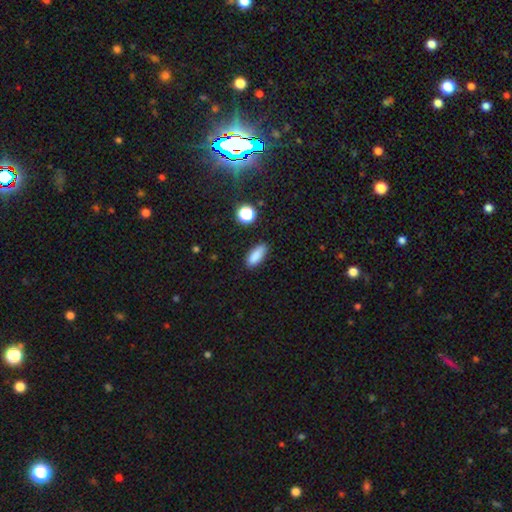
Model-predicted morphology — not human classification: smooth-or-featured: smooth: 86% | star or artifact: 9% | featured or disk: 5%
  how-rounded: in between: 71% | cigar-shaped: 25% | round: 4%
  merging: none: 83% | minor disturbance: 12% | major disturbance: 3% | merger: 2%